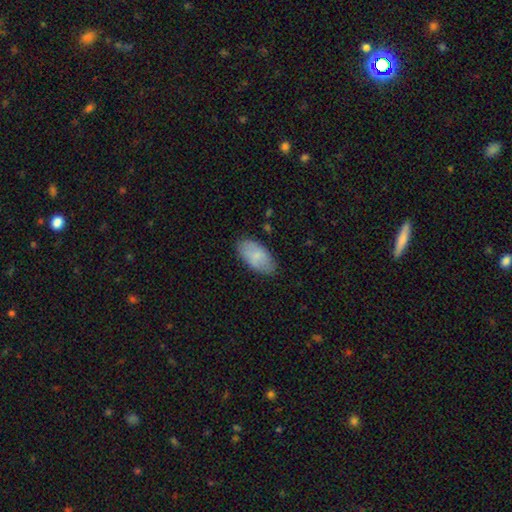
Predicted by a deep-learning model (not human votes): Smooth or featured: smooth — 78% (featured or disk — 16%)
How rounded: in between — 95% (cigar-shaped — 3%)
Merging: none — 81% (minor disturbance — 15%)